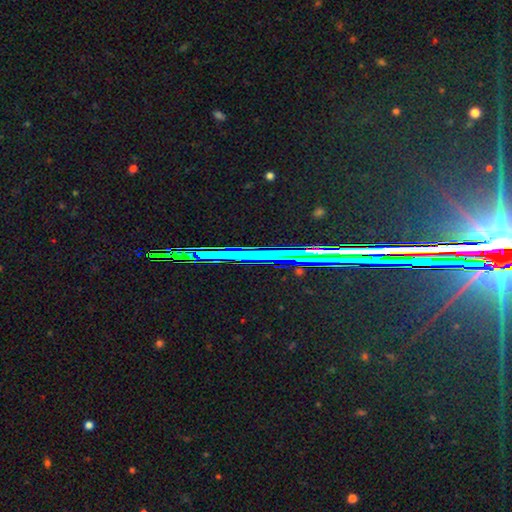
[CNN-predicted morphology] Smooth or featured?
  - star or artifact: 72% *
  - featured or disk: 18%
  - smooth: 10%